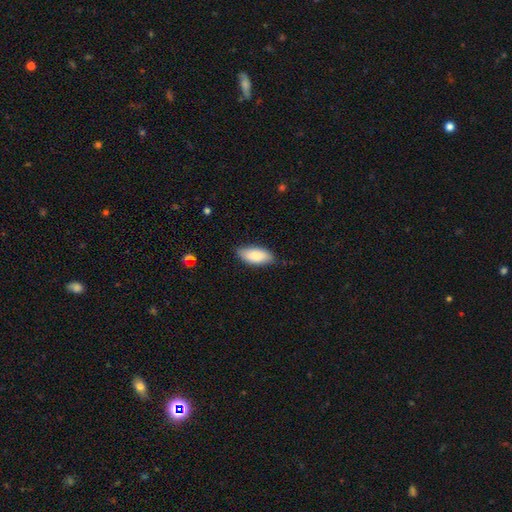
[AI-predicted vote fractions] smooth 87%, featured or disk 8%, star or artifact 6%. Down the decision tree: how rounded — in between (88%); merging — none (78%).